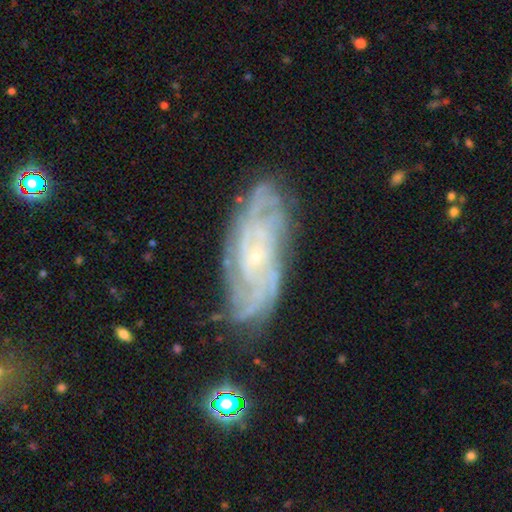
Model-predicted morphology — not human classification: This is clearly a featured or disk galaxy (84%). It is clearly not viewed edge-on (92%). Bar: likely no (70%). Spiral arm pattern: clearly yes (95%). Spiral arm count: marginally can't tell (37%). Spiral winding: likely tight (68%). Central bulge: clearly small (85%). Merging: likely none (75%).